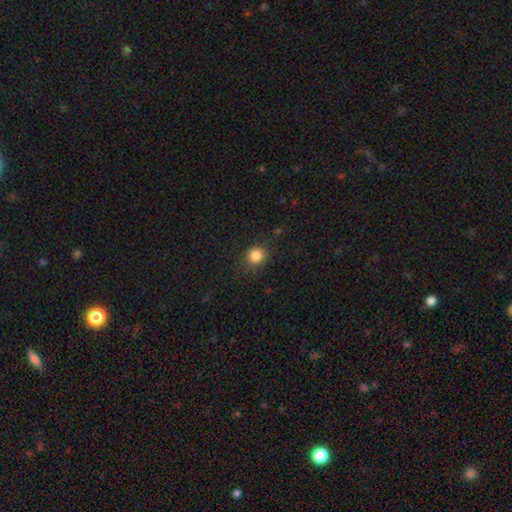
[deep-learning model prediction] Smooth or featured: smooth — 85% (star or artifact — 11%)
How rounded: round — 83% (in between — 16%)
Merging: none — 85% (minor disturbance — 10%)